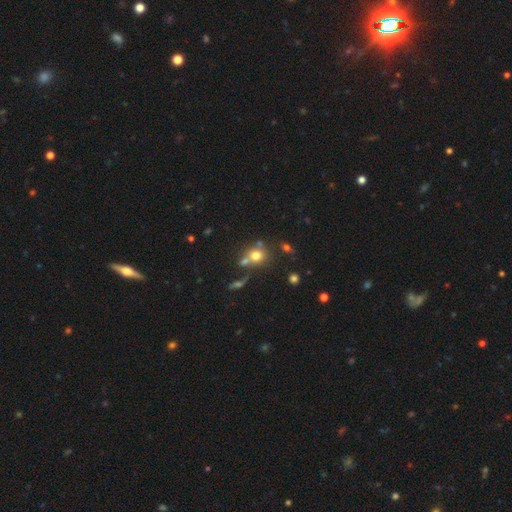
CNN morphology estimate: type=smooth (70%); roundness=round (80%); merging=none (51%).